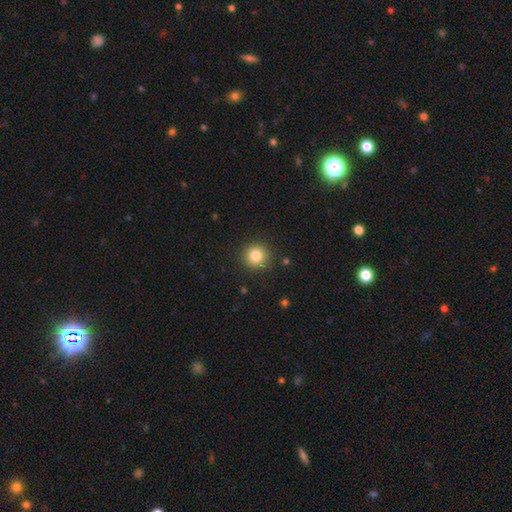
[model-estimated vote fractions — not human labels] smooth 82%, star or artifact 11%, featured or disk 7%. Down the decision tree: how rounded — round (94%); merging — none (90%).